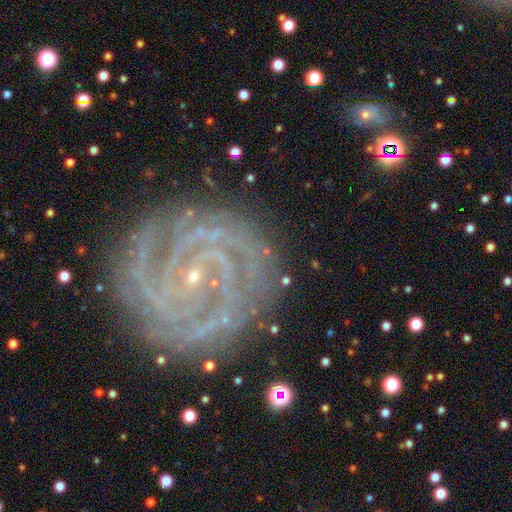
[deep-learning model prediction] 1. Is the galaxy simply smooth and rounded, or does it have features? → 89% featured or disk, 7% star or artifact, 4% smooth.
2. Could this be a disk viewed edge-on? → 98% no, 2% yes.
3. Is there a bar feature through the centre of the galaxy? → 48% no, 32% weak, 20% strong.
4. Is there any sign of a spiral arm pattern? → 98% yes, 2% no.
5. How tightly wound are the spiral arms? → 76% tight, 21% medium, 3% loose.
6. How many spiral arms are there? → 23% 3, 20% 4, 19% 2, 16% can't tell, 13% more than 4, 9% 1.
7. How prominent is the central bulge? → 84% small, 10% moderate, 3% none, 1% large, 1% dominant.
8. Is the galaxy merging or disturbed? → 77% none, 15% minor disturbance, 6% major disturbance, 2% merger.